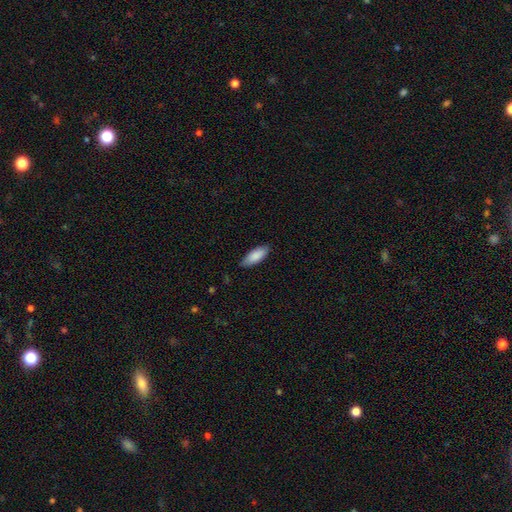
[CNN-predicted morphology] smooth_or_featured: smooth (p=0.87) [alt: featured or disk p=0.08]
how_rounded: in between (p=0.76) [alt: cigar-shaped p=0.22]
merging: none (p=0.84) [alt: minor disturbance p=0.13]